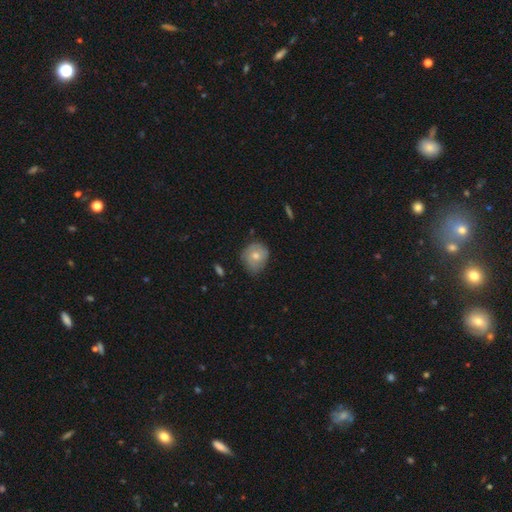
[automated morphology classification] Smooth or featured: smooth — 67% (featured or disk — 26%)
How rounded: round — 73% (in between — 26%)
Merging: none — 60% (minor disturbance — 32%)